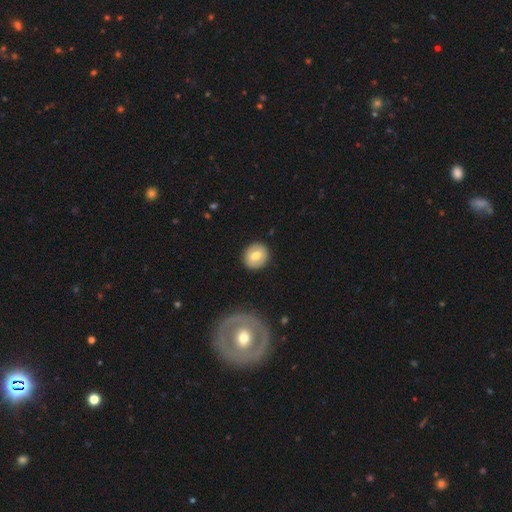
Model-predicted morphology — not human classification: smooth_or_featured: smooth (p=0.65) [alt: featured or disk p=0.29]
how_rounded: round (p=0.84) [alt: in between p=0.15]
merging: none (p=0.90) [alt: minor disturbance p=0.07]